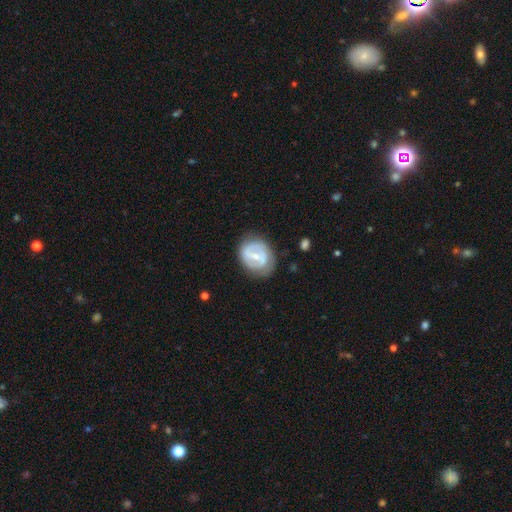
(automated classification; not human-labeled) This appears to be a featured or disk galaxy (64%) with a weak bar (44%), spiral arms (57%) and a small central bulge (52%). Merging: none (67%).